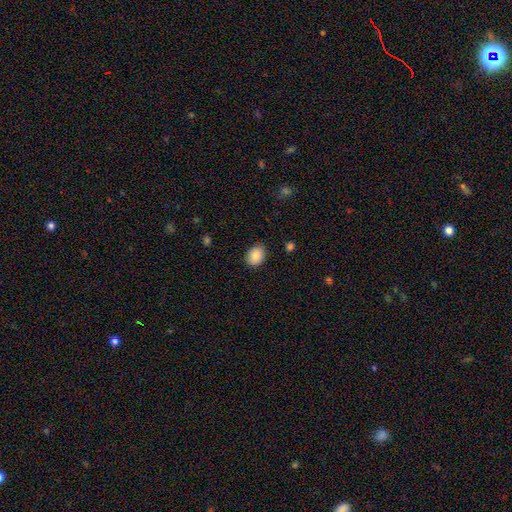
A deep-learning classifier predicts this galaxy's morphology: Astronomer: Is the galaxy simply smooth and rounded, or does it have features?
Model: smooth — 87%.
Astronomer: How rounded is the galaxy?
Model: in between — 65%.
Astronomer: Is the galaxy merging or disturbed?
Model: none — 86%.